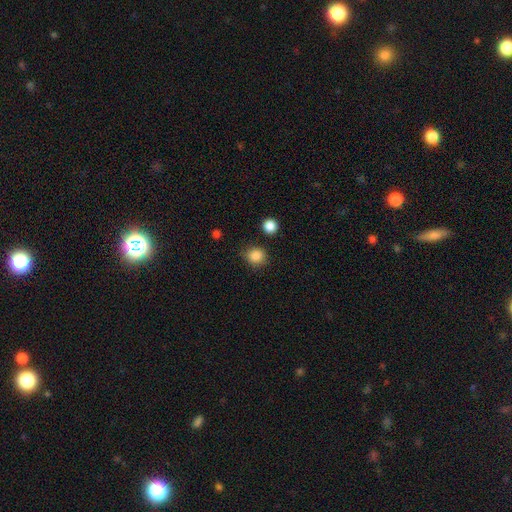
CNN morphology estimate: This appears to be a smooth galaxy with no disk features (86%) that is round (81%). Merging: none (82%).